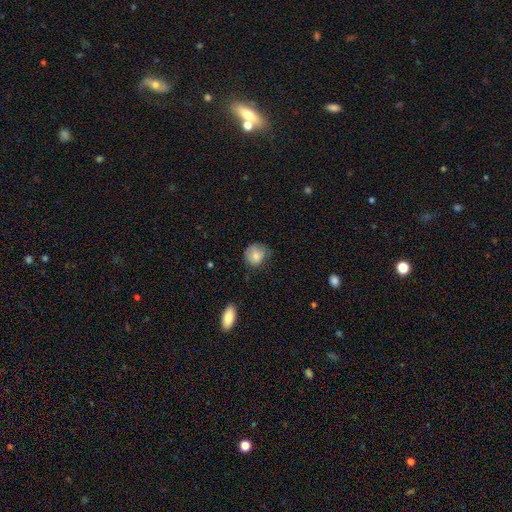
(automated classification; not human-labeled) A smooth galaxy with no disk features (77%) that is round (75%). Merging: none (58%).